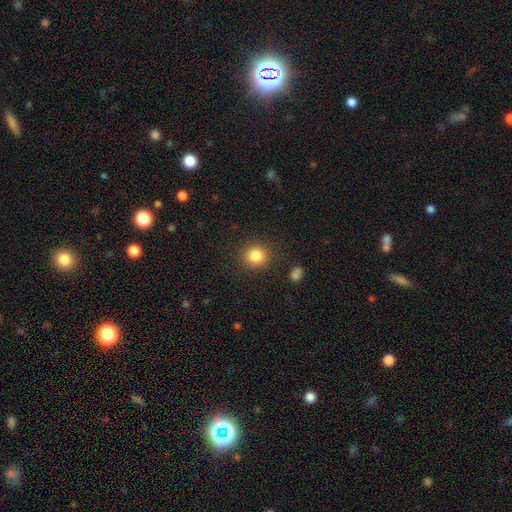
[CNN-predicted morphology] smooth-or-featured: smooth: 84% | star or artifact: 11% | featured or disk: 5%
  how-rounded: round: 87% | in between: 12% | cigar-shaped: 1%
  merging: none: 89% | minor disturbance: 7% | major disturbance: 3% | merger: 2%